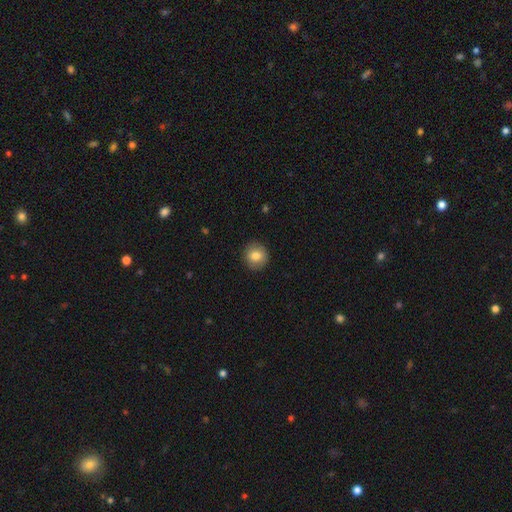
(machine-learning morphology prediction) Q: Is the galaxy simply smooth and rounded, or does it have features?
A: smooth — 81%.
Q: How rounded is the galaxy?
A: round — 90%.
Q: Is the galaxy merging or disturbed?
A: none — 90%.